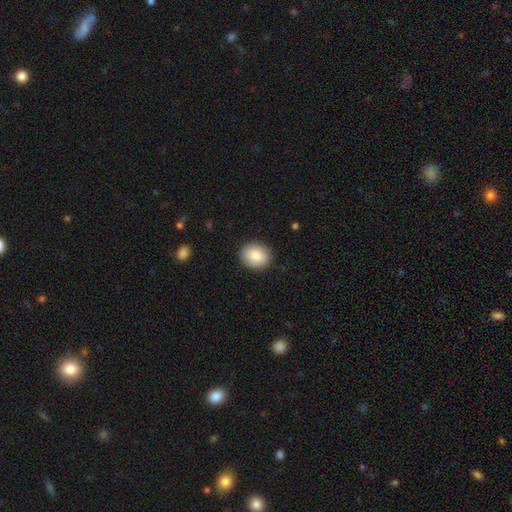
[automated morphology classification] A smooth galaxy with no disk features (85%) that is round (65%). Merging: none (89%).